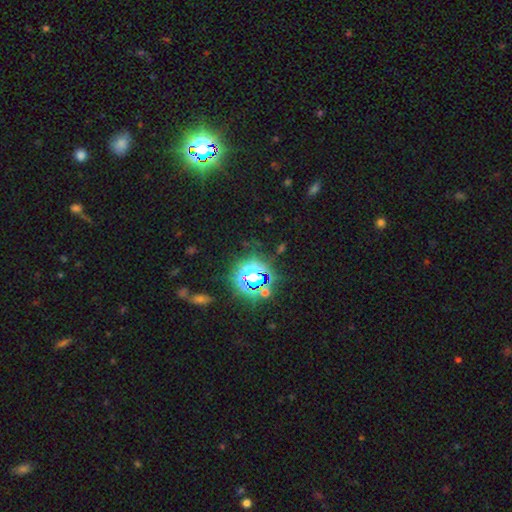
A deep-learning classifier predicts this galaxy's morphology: A star or artifact, not a galaxy (74%).

Vote fractions:
- Smooth or featured? star or artifact: 74% / smooth: 18% / featured or disk: 8%